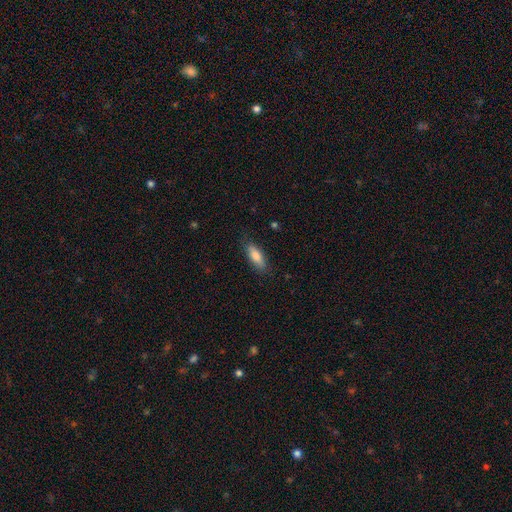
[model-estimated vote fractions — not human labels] A smooth galaxy with no disk features (81%) that is in between round and cigar-shaped (70%). Merging: none (80%).